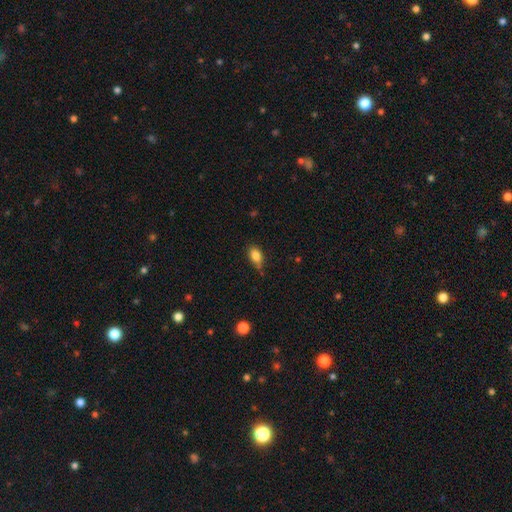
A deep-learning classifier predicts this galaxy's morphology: Overall: smooth (84%). How rounded: in between (86%). Merging: none (65%; minor disturbance 26%).